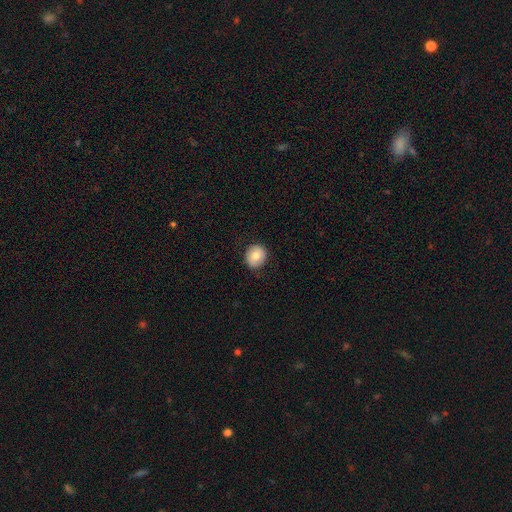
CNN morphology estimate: smooth-or-featured: smooth: 77% | featured or disk: 15% | star or artifact: 8%
  how-rounded: round: 82% | in between: 17% | cigar-shaped: 1%
  merging: none: 88% | minor disturbance: 9% | major disturbance: 2% | merger: 1%